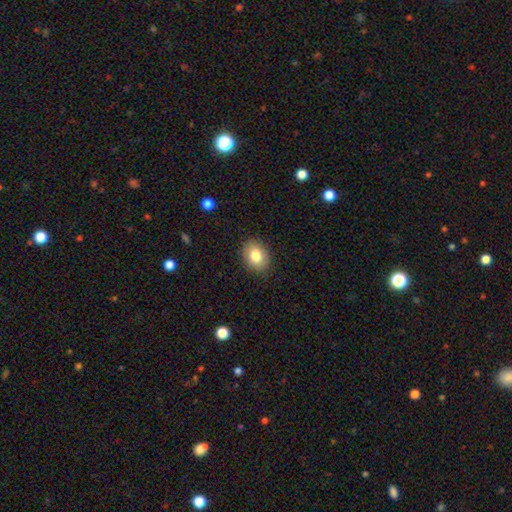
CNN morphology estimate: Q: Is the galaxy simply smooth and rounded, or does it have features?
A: smooth — 81%.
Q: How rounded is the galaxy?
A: in between — 63%.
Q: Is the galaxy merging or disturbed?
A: none — 88%.